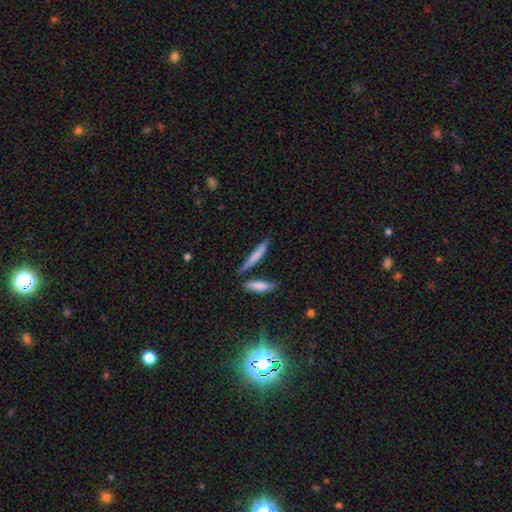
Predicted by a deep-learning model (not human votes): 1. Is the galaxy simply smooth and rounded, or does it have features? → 71% smooth, 23% featured or disk, 6% star or artifact.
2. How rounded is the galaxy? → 91% cigar-shaped, 7% in between, 2% round.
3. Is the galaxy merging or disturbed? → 77% none, 11% minor disturbance, 9% merger, 3% major disturbance.